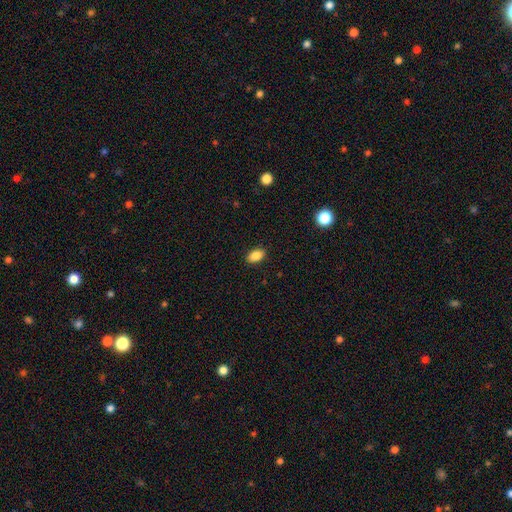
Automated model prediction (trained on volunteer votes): smooth_or_featured: smooth (p=0.88) [alt: star or artifact p=0.08]
how_rounded: in between (p=0.90) [alt: round p=0.08]
merging: none (p=0.89) [alt: minor disturbance p=0.08]